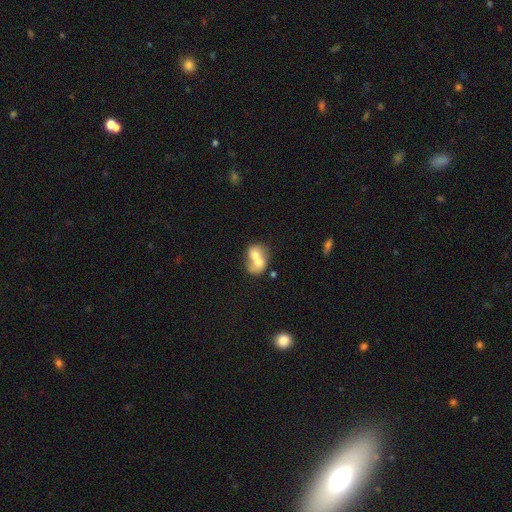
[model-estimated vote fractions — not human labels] This appears to be a smooth galaxy with no disk features (60%) that is in between round and cigar-shaped (55%). Merging: merger (76%).